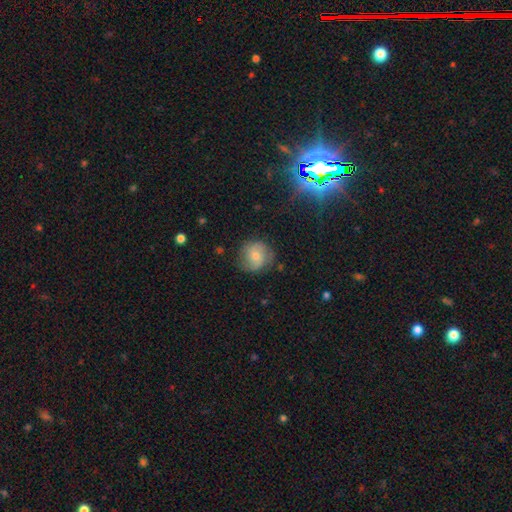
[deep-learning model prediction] A featured or disk galaxy (47%).

Vote fractions:
- Smooth or featured? featured or disk: 47% / smooth: 38% / star or artifact: 15%
- Merging? none: 76% / minor disturbance: 17% / major disturbance: 6% / merger: 1%